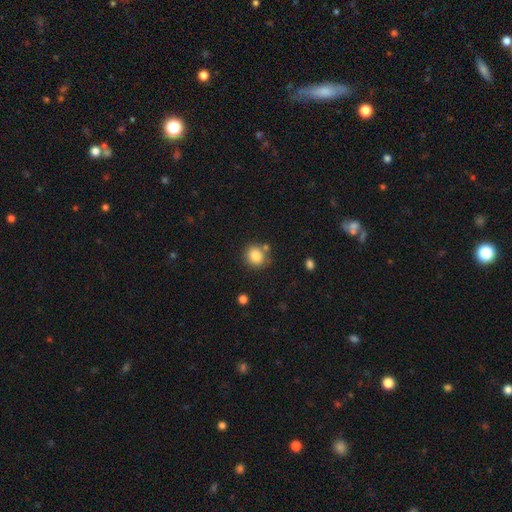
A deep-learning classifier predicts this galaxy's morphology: Smooth or featured?
  - smooth: 84% *
  - star or artifact: 10%
  - featured or disk: 6%
How rounded?
  - round: 80% *
  - in between: 19%
  - cigar-shaped: 1%
Merging?
  - none: 77% *
  - minor disturbance: 11%
  - merger: 9%
  - major disturbance: 3%